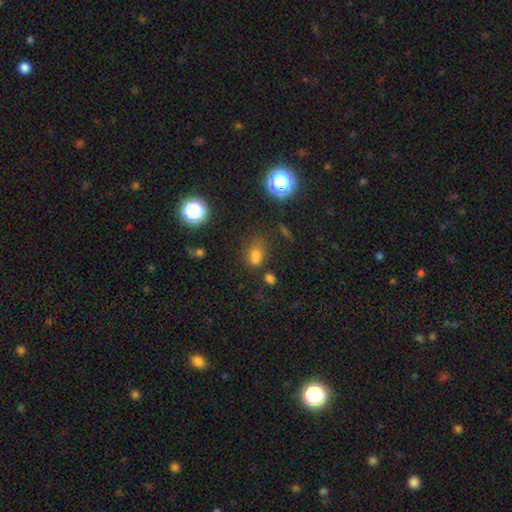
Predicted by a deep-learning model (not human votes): Smooth or featured: smooth — 67% (star or artifact — 25%)
How rounded: in between — 67% (round — 30%)
Merging: none — 56% (minor disturbance — 21%)